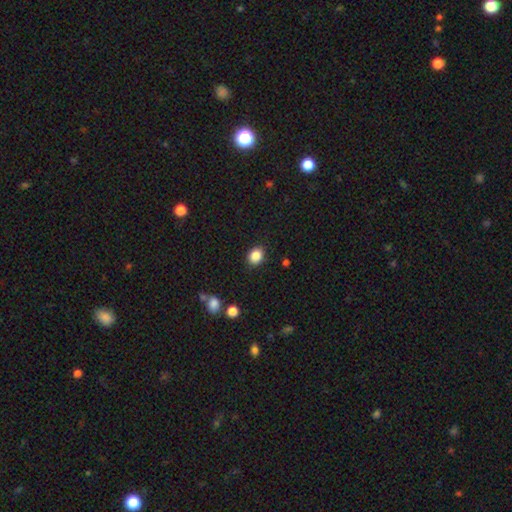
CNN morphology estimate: Overall: smooth (86%). How rounded: round (51%; in between 48%). Merging: none (87%).